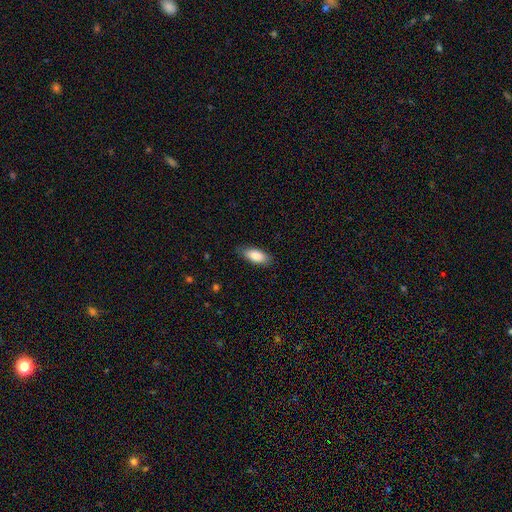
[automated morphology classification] This is clearly a smooth galaxy (84%). How rounded: clearly in between (84%). Merging: clearly none (85%).